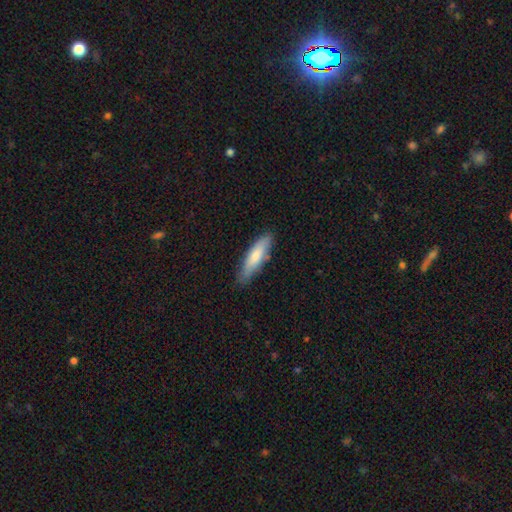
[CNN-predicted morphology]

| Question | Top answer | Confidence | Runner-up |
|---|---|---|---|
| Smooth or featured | smooth | 74% | featured or disk (21%) |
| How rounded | cigar-shaped | 68% | in between (30%) |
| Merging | none | 82% | minor disturbance (14%) |